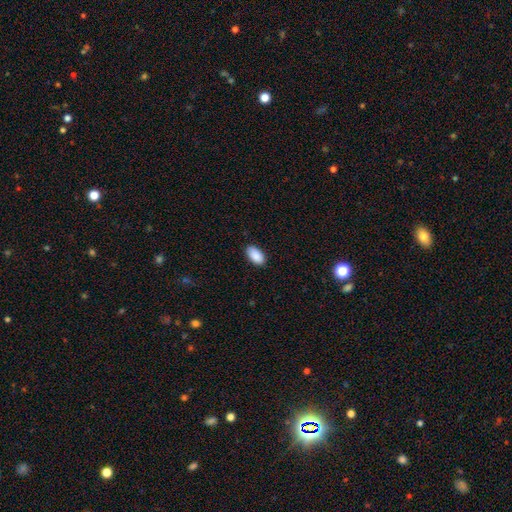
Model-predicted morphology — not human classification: This is clearly a smooth galaxy (91%). How rounded: clearly in between (95%). Merging: clearly none (87%).